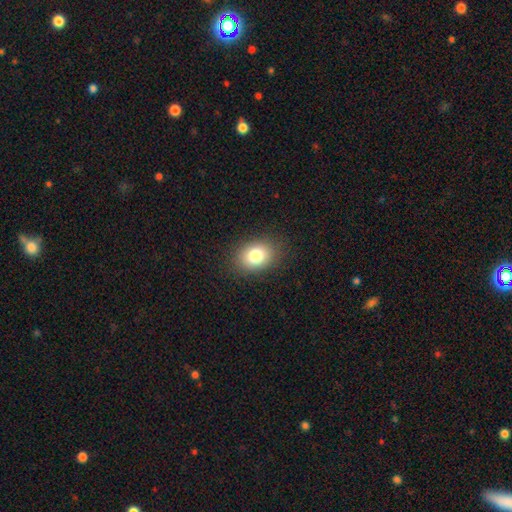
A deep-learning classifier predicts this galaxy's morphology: Smooth or featured: smooth — 80% (star or artifact — 11%)
How rounded: in between — 68% (round — 31%)
Merging: none — 87% (minor disturbance — 9%)